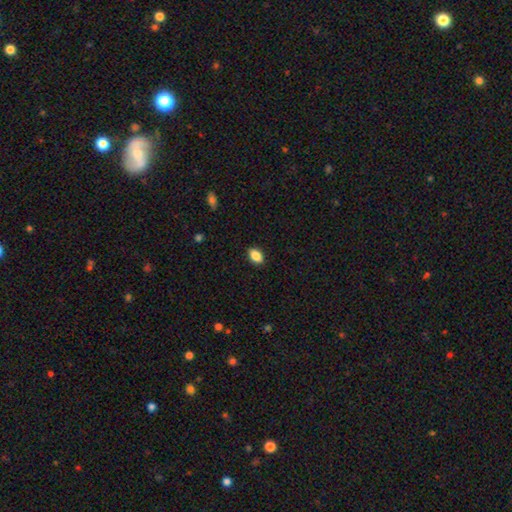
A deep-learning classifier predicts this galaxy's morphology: The model was most divided on "how rounded": in between: 87%, round: 12%, cigar-shaped: 2%. More confident: merging — none (89%); smooth or featured — smooth (88%).